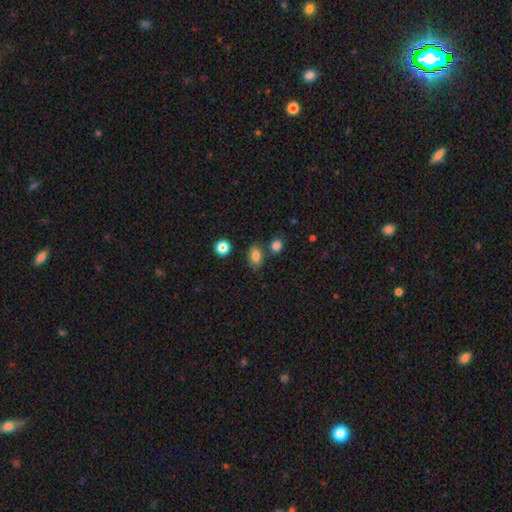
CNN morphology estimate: Smooth or featured? Predicted: smooth (p=0.82). How rounded? Predicted: in between (p=0.72). Merging? Predicted: none (p=0.74).